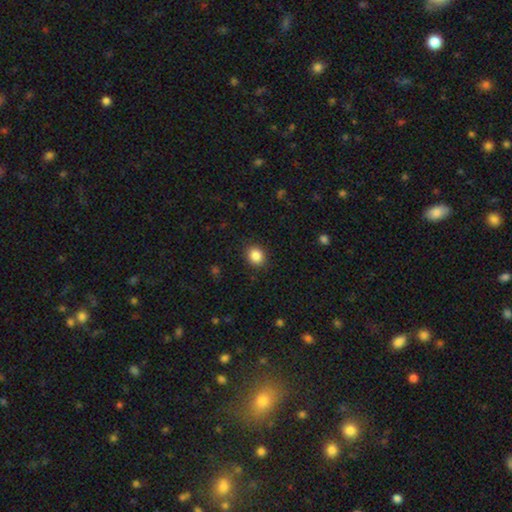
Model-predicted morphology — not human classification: Smooth or featured? Predicted: smooth (p=0.87). How rounded? Predicted: round (p=0.65). Merging? Predicted: none (p=0.89).